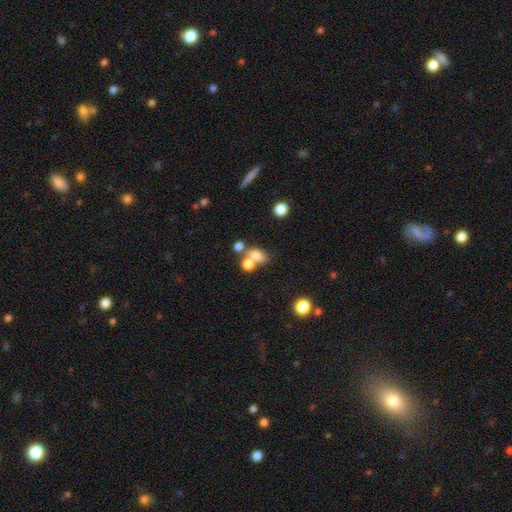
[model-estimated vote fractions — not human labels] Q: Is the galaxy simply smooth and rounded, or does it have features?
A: smooth — 74%.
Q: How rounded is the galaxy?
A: in between — 71%.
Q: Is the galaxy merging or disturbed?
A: merger — 43%.